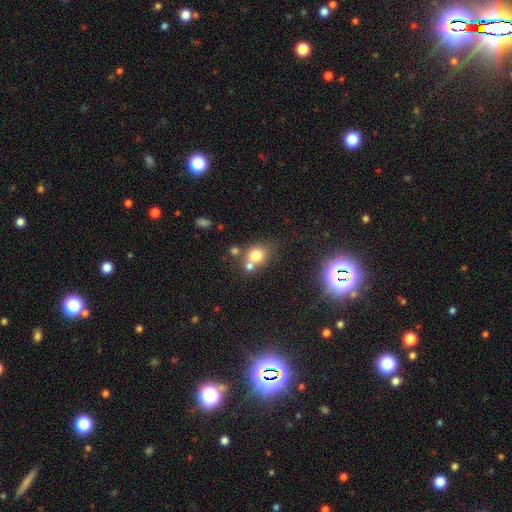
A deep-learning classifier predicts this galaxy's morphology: smooth_or_featured: smooth (p=0.74) [alt: star or artifact p=0.13]
how_rounded: round (p=0.69) [alt: in between p=0.30]
merging: none (p=0.46) [alt: merger p=0.39]